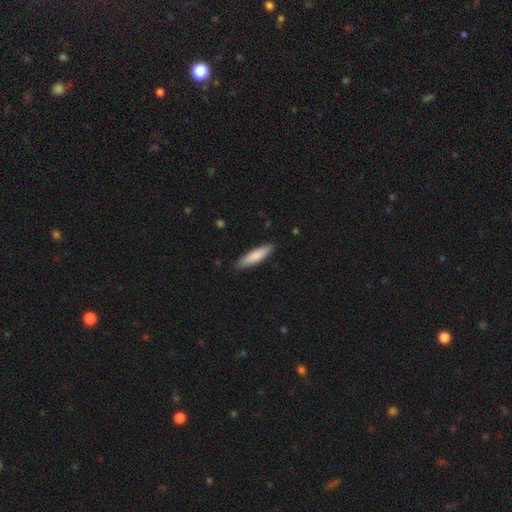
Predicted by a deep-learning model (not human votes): This is clearly a smooth galaxy (82%). How rounded: likely cigar-shaped (73%). Merging: clearly none (87%).